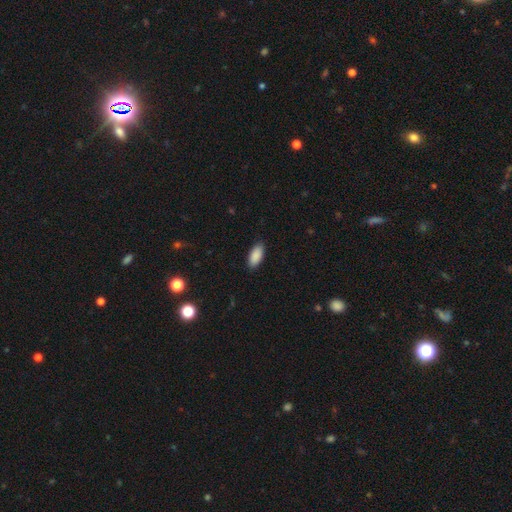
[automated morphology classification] smooth-or-featured: smooth: 90% | star or artifact: 6% | featured or disk: 3%
  how-rounded: in between: 91% | cigar-shaped: 7% | round: 2%
  merging: none: 88% | minor disturbance: 9% | major disturbance: 2% | merger: 1%